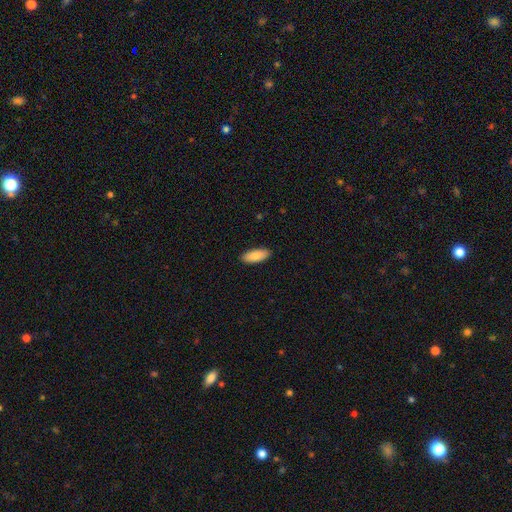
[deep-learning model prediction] smooth_or_featured: smooth (p=0.87) [alt: featured or disk p=0.08]
how_rounded: in between (p=0.79) [alt: cigar-shaped p=0.19]
merging: none (p=0.90) [alt: minor disturbance p=0.08]